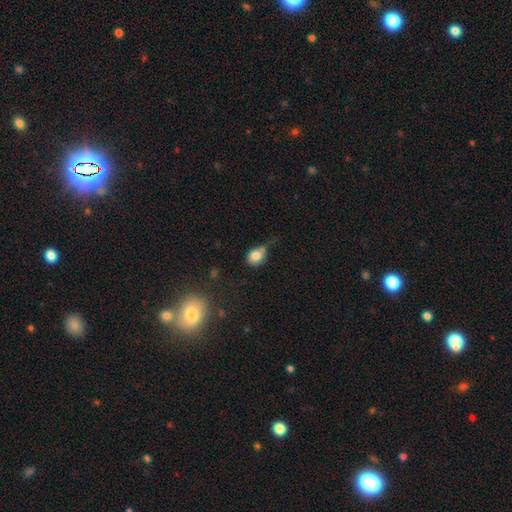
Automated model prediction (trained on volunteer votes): Smooth or featured? smooth (80%)
How rounded? round (59%)
Merging? none (40%)